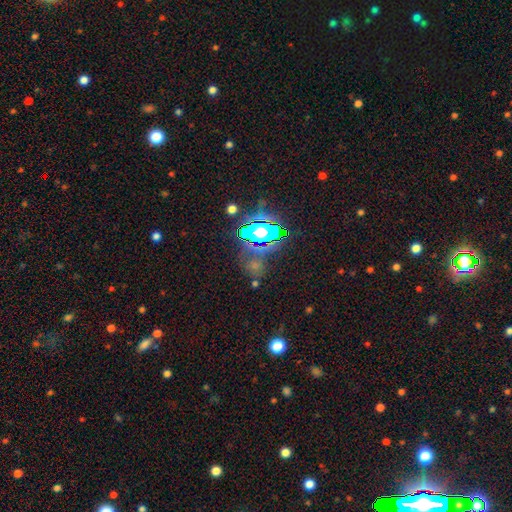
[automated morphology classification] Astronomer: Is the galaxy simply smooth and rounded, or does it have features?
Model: star or artifact — 83%.